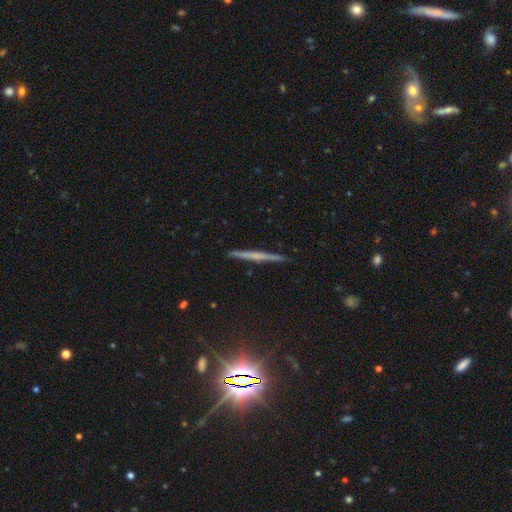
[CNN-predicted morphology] The model was most divided on "smooth or featured": featured or disk: 55%, smooth: 35%, star or artifact: 10%. More confident: edge-on disk — yes (97%); merging — none (91%); edge-on bulge — none (68%).